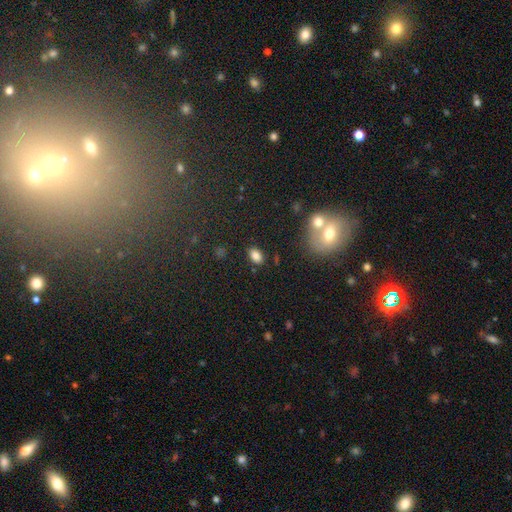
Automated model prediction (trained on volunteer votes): A smooth galaxy with no disk features (83%) that is in between round and cigar-shaped (88%). Merging: none (85%).